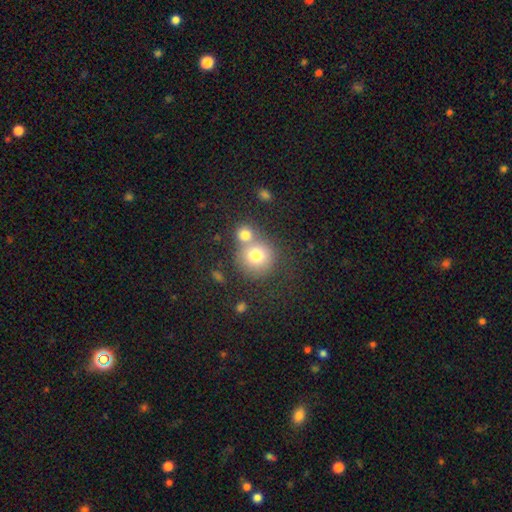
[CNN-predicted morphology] Smooth or featured?
  - smooth: 75% *
  - featured or disk: 14%
  - star or artifact: 11%
How rounded?
  - round: 90% *
  - in between: 9%
  - cigar-shaped: 1%
Merging?
  - none: 50% *
  - merger: 38%
  - minor disturbance: 8%
  - major disturbance: 4%